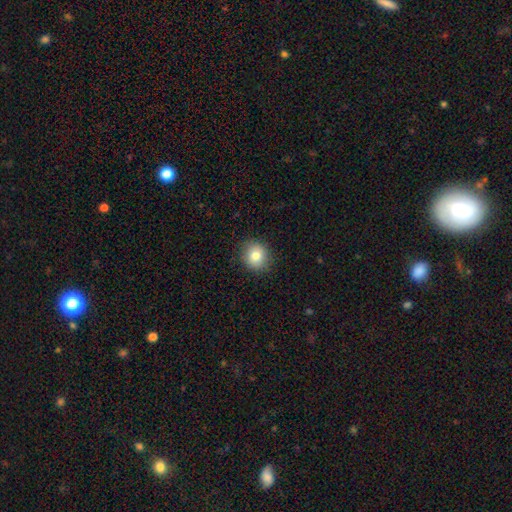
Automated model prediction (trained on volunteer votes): Overall: smooth (81%). How rounded: round (84%). Merging: none (89%).